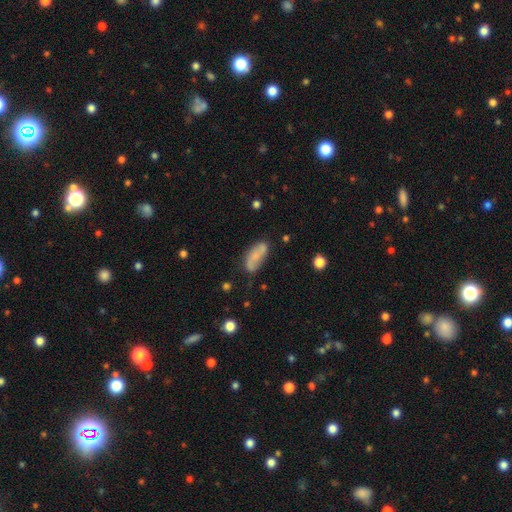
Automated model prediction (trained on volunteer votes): Overall: smooth (60%; featured or disk 32%). How rounded: in between (83%). Merging: none (59%; minor disturbance 24%).